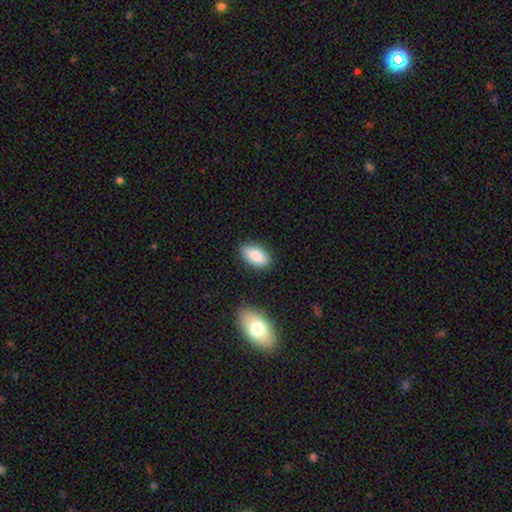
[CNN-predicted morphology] This appears to be a smooth galaxy with no disk features (86%) that is in between round and cigar-shaped (92%). Merging: none (84%).